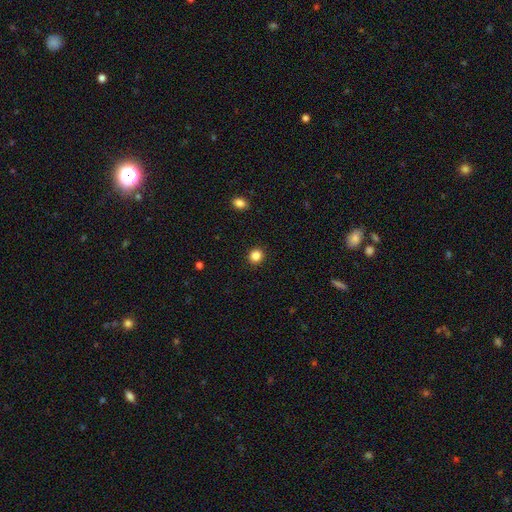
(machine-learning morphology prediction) Smooth or featured? Predicted: smooth (p=0.84). How rounded? Predicted: round (p=0.87). Merging? Predicted: none (p=0.92).